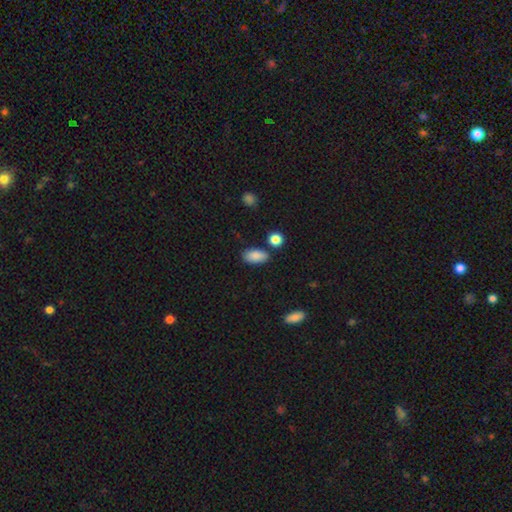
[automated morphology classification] A smooth galaxy with no disk features (87%) that is in between round and cigar-shaped (92%). Merging: none (79%).